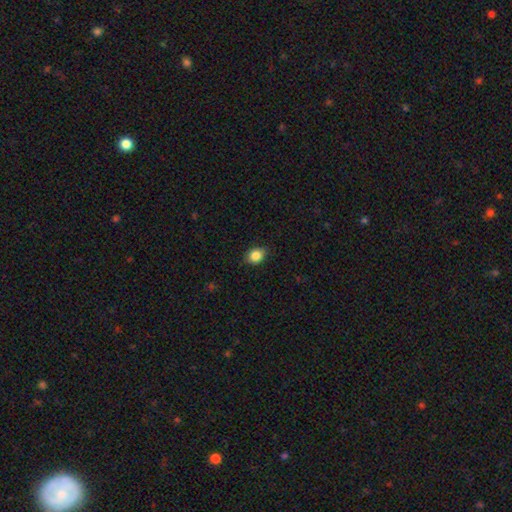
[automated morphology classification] smooth 86%, star or artifact 9%, featured or disk 5%. Down the decision tree: how rounded — round (55%); merging — none (84%).